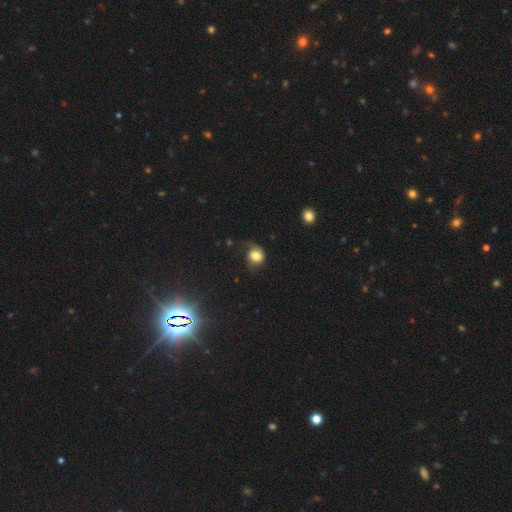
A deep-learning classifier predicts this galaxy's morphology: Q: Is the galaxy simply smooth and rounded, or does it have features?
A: smooth — 67%.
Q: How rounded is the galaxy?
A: round — 66%.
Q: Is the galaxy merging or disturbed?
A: none — 40%.